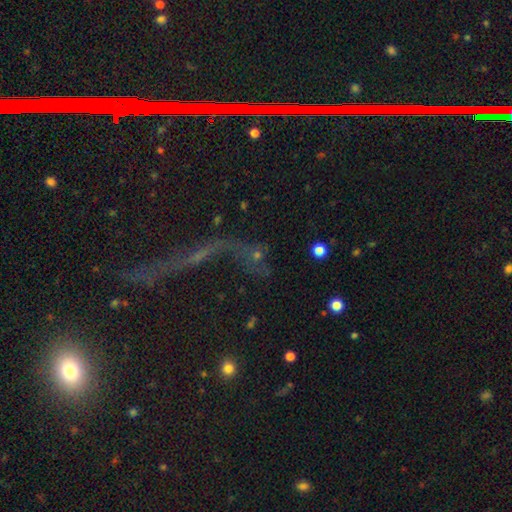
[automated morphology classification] Smooth or featured? Predicted: smooth (p=0.34). Merging? Predicted: none (p=0.43).